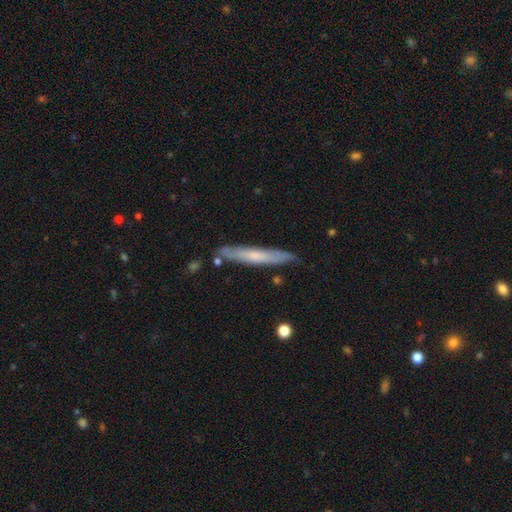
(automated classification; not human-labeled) smooth-or-featured: smooth: 53% | featured or disk: 41% | star or artifact: 6%
  how-rounded: cigar-shaped: 95% | in between: 4% | round: 1%
  merging: none: 82% | minor disturbance: 13% | merger: 3% | major disturbance: 2%